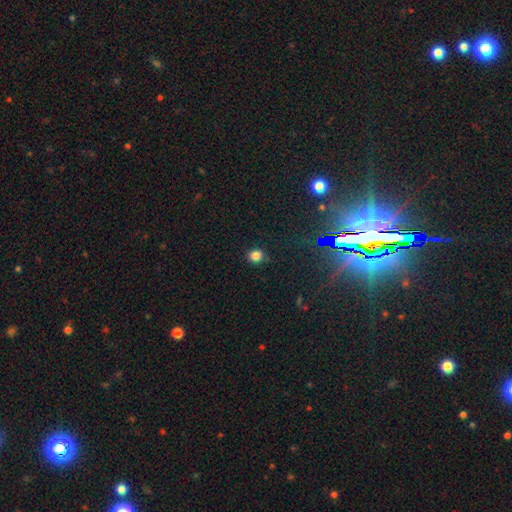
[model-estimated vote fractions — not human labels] Overall: smooth (81%). How rounded: round (84%). Merging: none (88%).